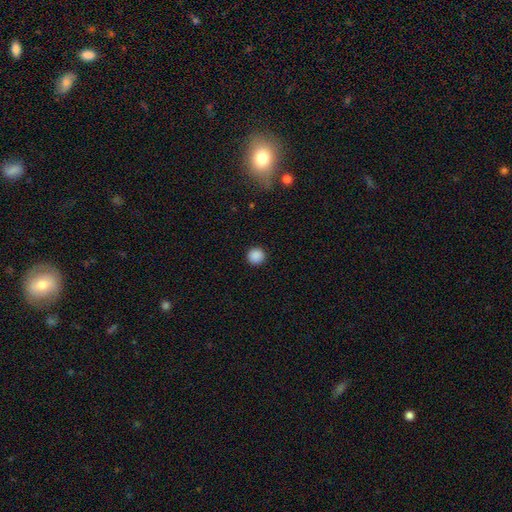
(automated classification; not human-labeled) Smooth or featured? smooth (88%)
How rounded? round (95%)
Merging? none (93%)